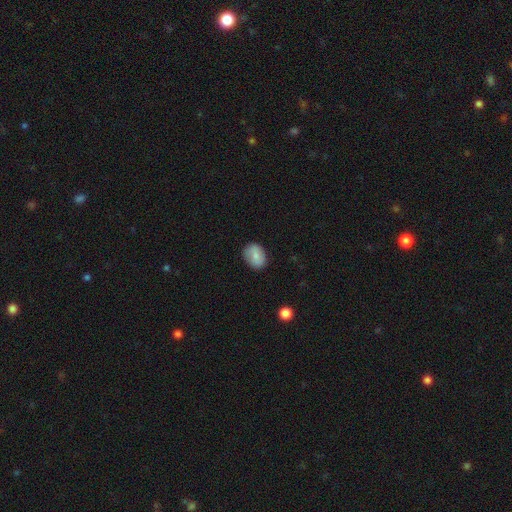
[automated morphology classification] smooth_or_featured: smooth (p=0.72) [alt: featured or disk p=0.20]
how_rounded: in between (p=0.64) [alt: round p=0.35]
merging: none (p=0.81) [alt: minor disturbance p=0.15]